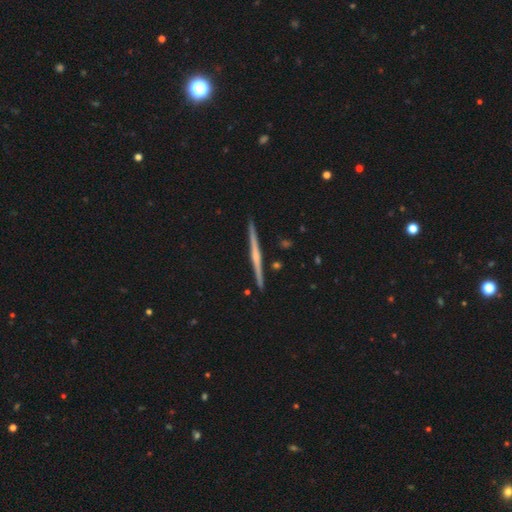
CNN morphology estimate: Smooth or featured? Predicted: featured or disk (p=0.77). Edge-on disk? Predicted: yes (p=0.99). Edge-on bulge? Predicted: rounded (p=0.56). Merging? Predicted: none (p=0.92).